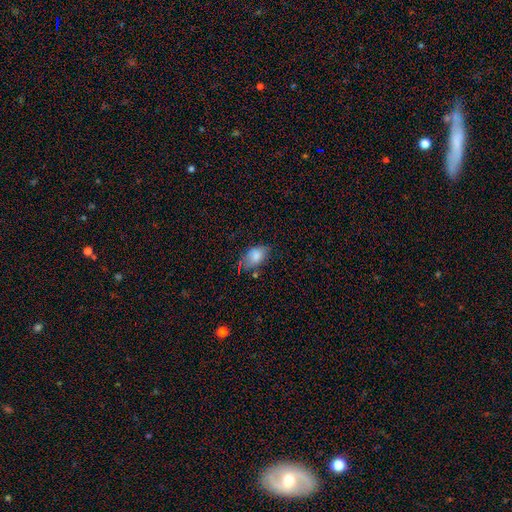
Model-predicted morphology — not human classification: This is likely a smooth galaxy (80%). How rounded: clearly in between (87%). Merging: likely none (63%).